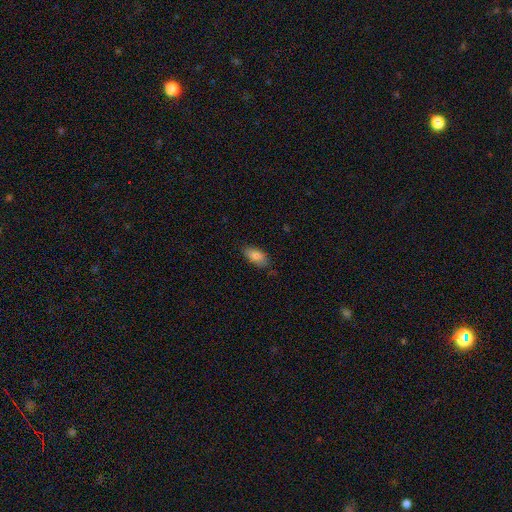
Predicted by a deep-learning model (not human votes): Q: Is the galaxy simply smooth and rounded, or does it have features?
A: smooth — 81%.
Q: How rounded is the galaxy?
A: in between — 90%.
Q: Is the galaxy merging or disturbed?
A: none — 79%.